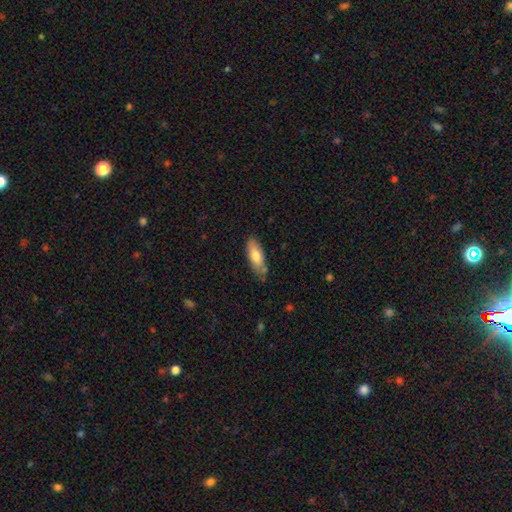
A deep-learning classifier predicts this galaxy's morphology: Smooth or featured? Predicted: smooth (p=0.72). How rounded? Predicted: in between (p=0.67). Merging? Predicted: none (p=0.73).